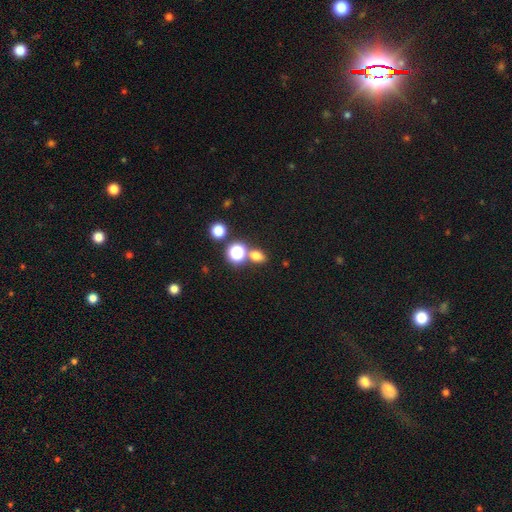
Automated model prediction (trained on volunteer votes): A smooth galaxy with no disk features (71%) that is in between round and cigar-shaped (57%).

Vote fractions:
- Smooth or featured? smooth: 71% / star or artifact: 21% / featured or disk: 8%
- How rounded? in between: 57% / round: 41% / cigar-shaped: 2%
- Merging? none: 65% / merger: 22% / minor disturbance: 10% / major disturbance: 4%